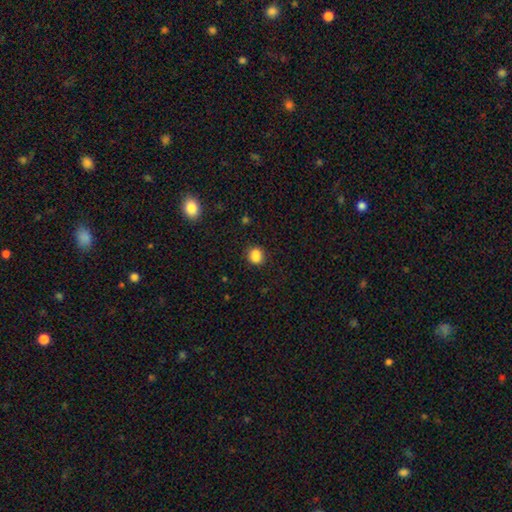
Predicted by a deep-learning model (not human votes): This appears to be a smooth galaxy with no disk features (83%) that is round (64%). Merging: none (70%).